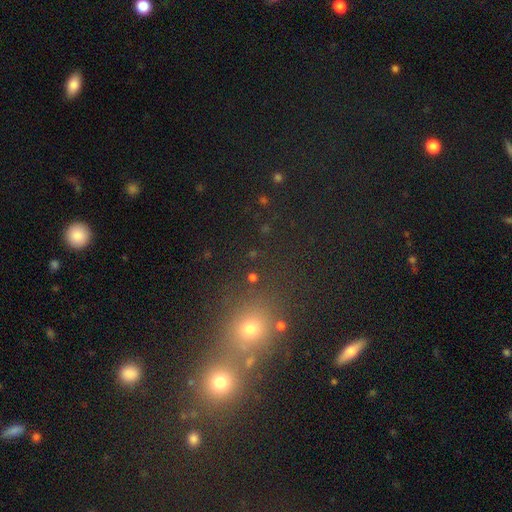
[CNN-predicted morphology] Smooth or featured? star or artifact (46%)